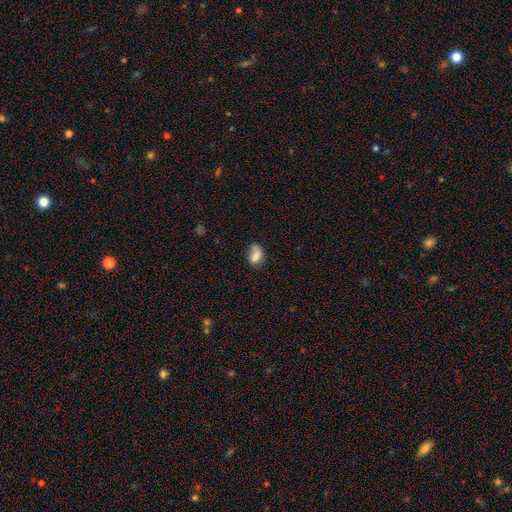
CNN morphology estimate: This is likely a smooth galaxy (80%). How rounded: likely in between (78%). Merging: marginally none (45%).